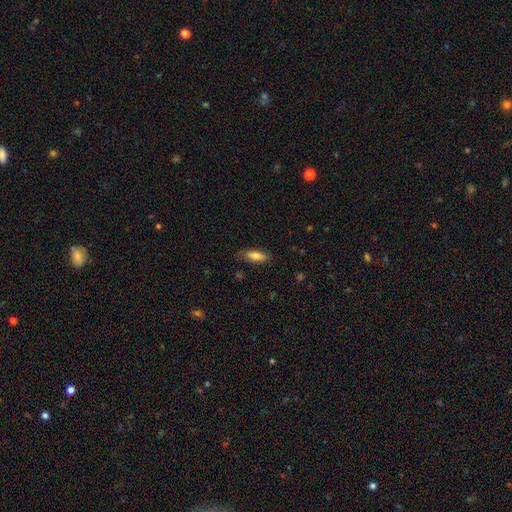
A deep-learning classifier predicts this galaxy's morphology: smooth 73%, featured or disk 20%, star or artifact 7%. Down the decision tree: how rounded — in between (68%); merging — none (75%).